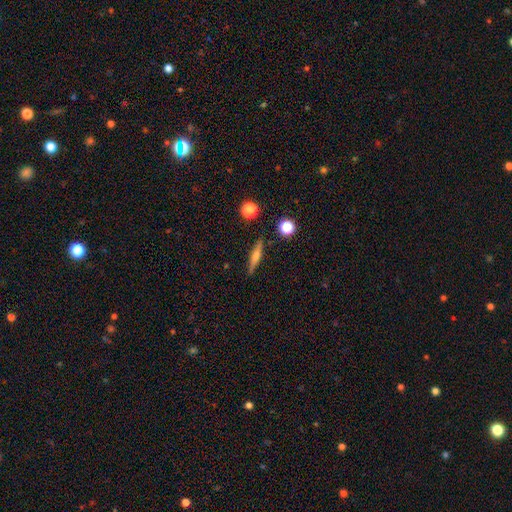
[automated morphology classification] A featured or disk galaxy (48%). Merging: none (89%).